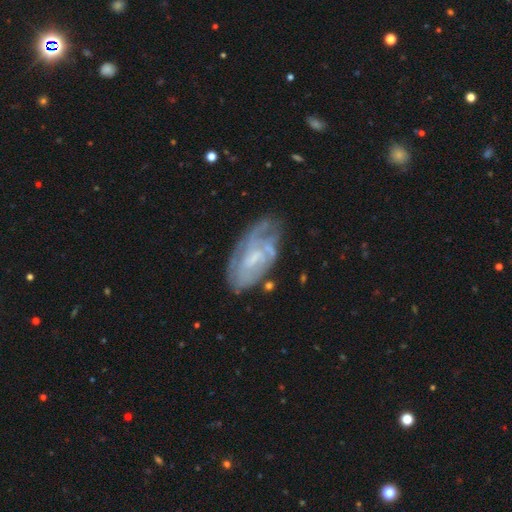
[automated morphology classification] A featured or disk galaxy (67%) with no bar (50%), spiral arms (72%) and a small central bulge (42%). Merging: none (60%).